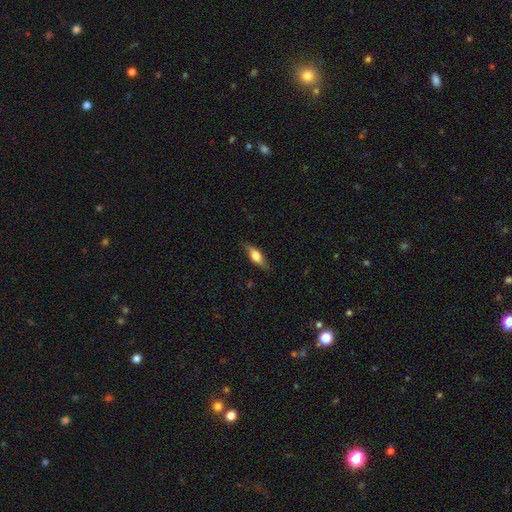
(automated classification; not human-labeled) Smooth or featured? smooth (56%)
How rounded? in between (64%)
Merging? none (78%)